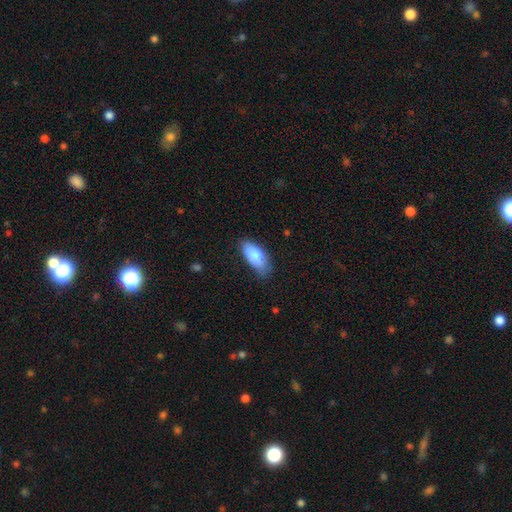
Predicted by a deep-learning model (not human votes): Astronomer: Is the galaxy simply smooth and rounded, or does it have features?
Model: smooth — 83%.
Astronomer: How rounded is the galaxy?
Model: in between — 86%.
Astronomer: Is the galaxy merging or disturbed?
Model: none — 74%.